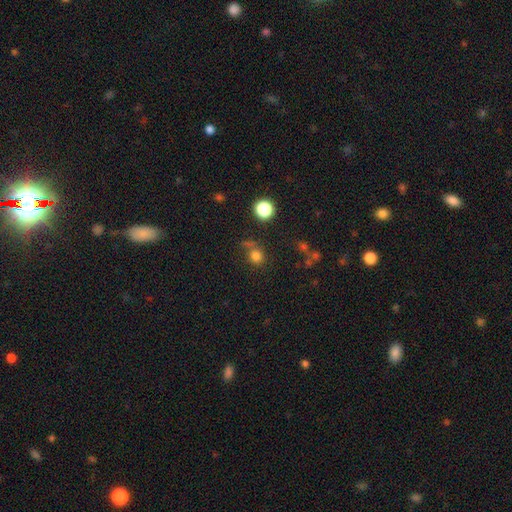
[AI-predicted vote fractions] smooth 77%, star or artifact 17%, featured or disk 6%. Down the decision tree: how rounded — round (81%); merging — none (63%).